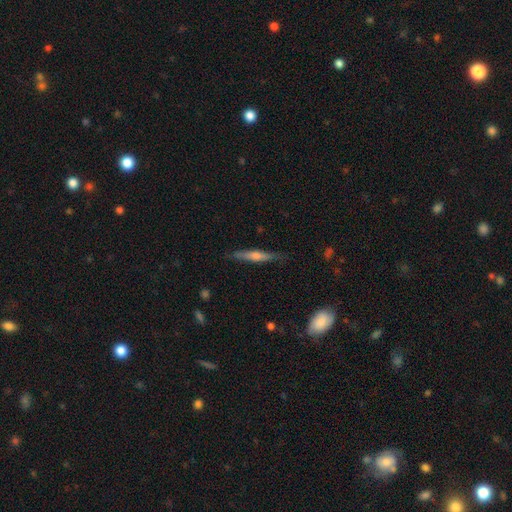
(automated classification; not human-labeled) This appears to be a featured or disk galaxy (62%) viewed edge-on (96%) with a rounded central bulge (76%). Merging: none (85%).